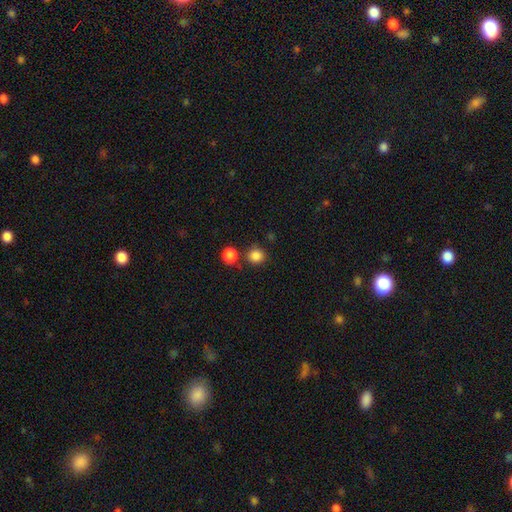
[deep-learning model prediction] The model was most divided on "merging": none: 78%, merger: 11%, minor disturbance: 8%, major disturbance: 3%. More confident: how rounded — round (90%); smooth or featured — smooth (85%).